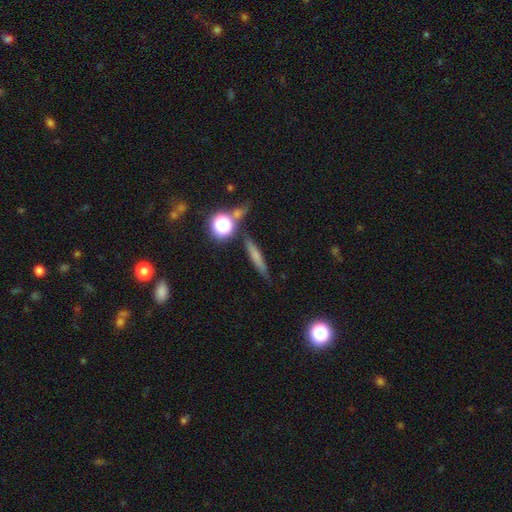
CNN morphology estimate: A smooth galaxy with no disk features (60%) that is cigar-shaped (82%). Merging: none (80%).